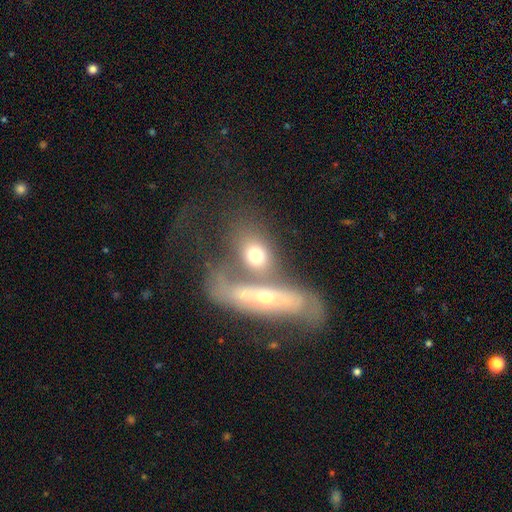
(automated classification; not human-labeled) Q: Smooth or featured?
A: smooth (60%); runner-up: featured or disk (31%)
Q: How rounded?
A: in between (60%); runner-up: round (31%)
Q: Merging?
A: merger (52%); runner-up: none (29%)